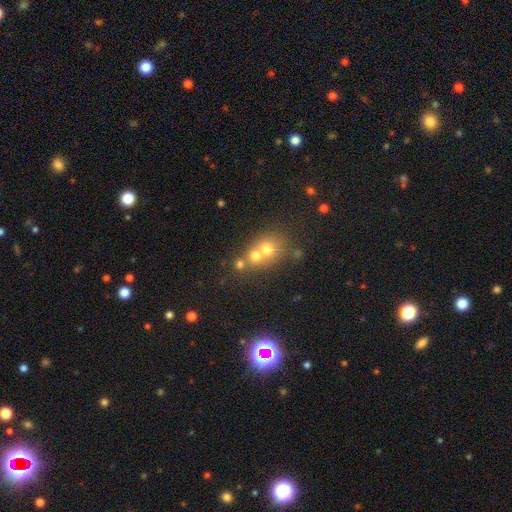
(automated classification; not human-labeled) Morphology: type=smooth (63%); roundness=round (75%); merging=merger (59%).